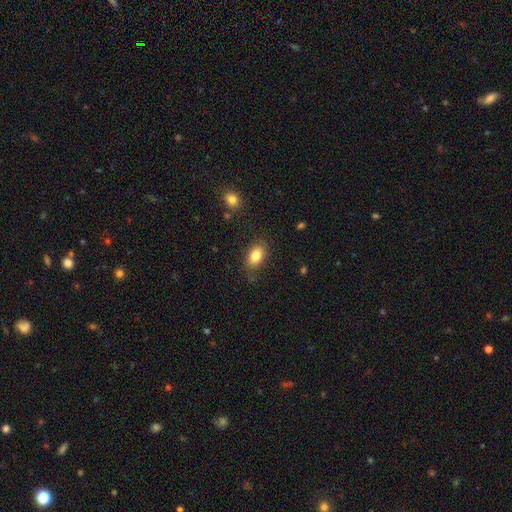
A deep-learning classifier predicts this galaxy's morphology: smooth-or-featured: smooth: 83% | featured or disk: 9% | star or artifact: 8%
  how-rounded: in between: 89% | round: 9% | cigar-shaped: 2%
  merging: none: 81% | minor disturbance: 14% | major disturbance: 4% | merger: 2%